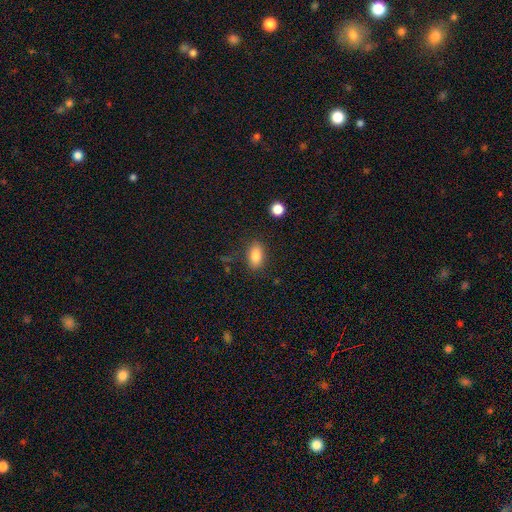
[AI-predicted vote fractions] Overall: smooth (85%). How rounded: in between (89%). Merging: none (83%).